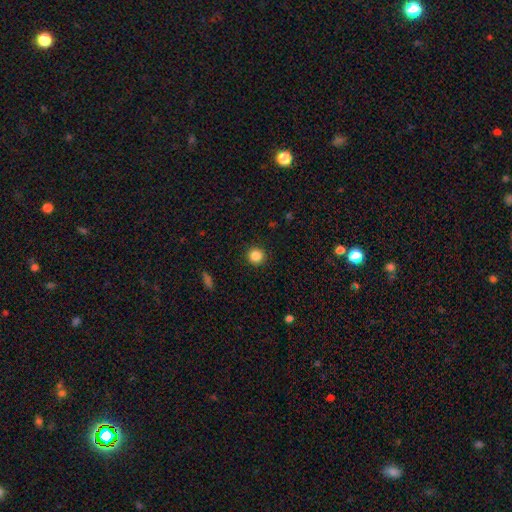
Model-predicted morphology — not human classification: Smooth or featured? Predicted: smooth (p=0.86). How rounded? Predicted: round (p=0.94). Merging? Predicted: none (p=0.92).